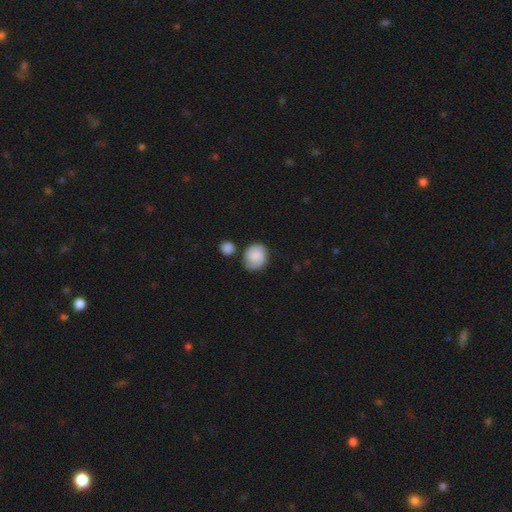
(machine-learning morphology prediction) Smooth or featured: smooth — 70% (featured or disk — 22%)
How rounded: round — 66% (in between — 33%)
Merging: none — 64% (minor disturbance — 21%)